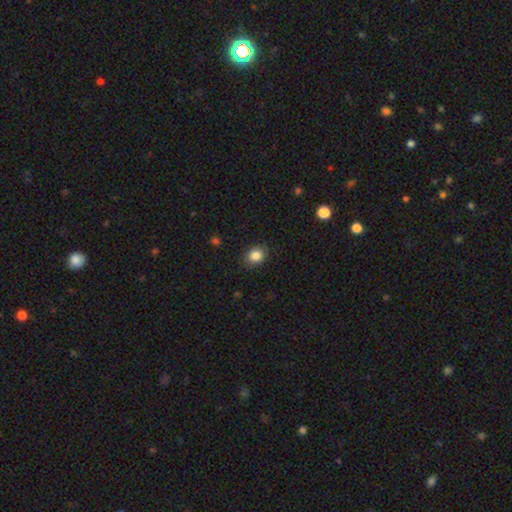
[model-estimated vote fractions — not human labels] The model was most divided on "how rounded": round: 64%, in between: 35%, cigar-shaped: 1%. More confident: merging — none (87%); smooth or featured — smooth (85%).